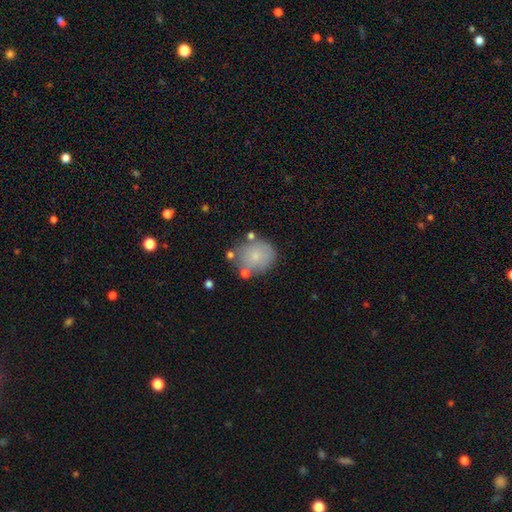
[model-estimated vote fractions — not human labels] smooth-or-featured: smooth: 72% | featured or disk: 18% | star or artifact: 9%
  how-rounded: round: 74% | in between: 25% | cigar-shaped: 1%
  merging: none: 67% | minor disturbance: 19% | merger: 8% | major disturbance: 6%